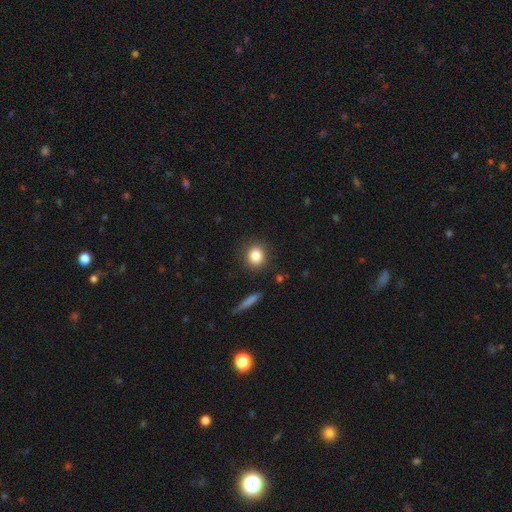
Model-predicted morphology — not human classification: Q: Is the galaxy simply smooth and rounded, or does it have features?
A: smooth — 84%.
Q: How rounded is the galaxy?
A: round — 81%.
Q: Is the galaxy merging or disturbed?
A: none — 88%.